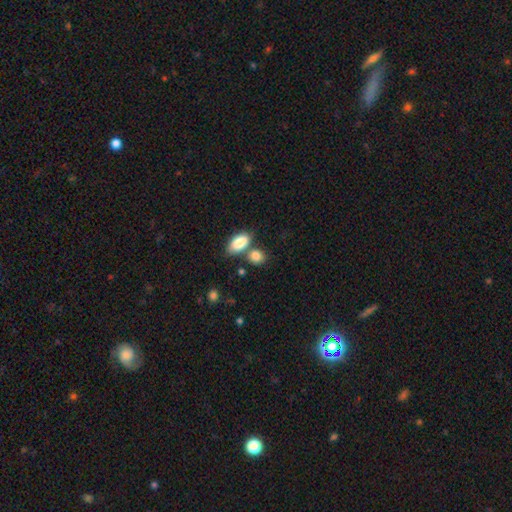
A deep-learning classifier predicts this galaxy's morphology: A smooth galaxy with no disk features (85%) that is in between round and cigar-shaped (64%). Merging: none (53%).